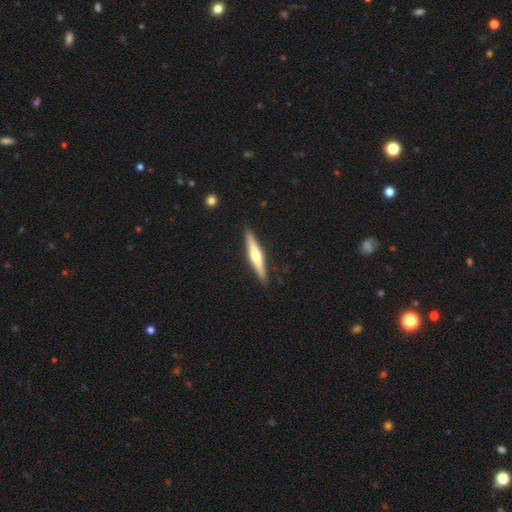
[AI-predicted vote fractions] Smooth or featured: featured or disk — 62% (smooth — 34%)
Edge-on disk: yes — 97% (no — 3%)
Edge-on bulge: rounded — 89% (none — 6%)
Merging: none — 90% (minor disturbance — 7%)